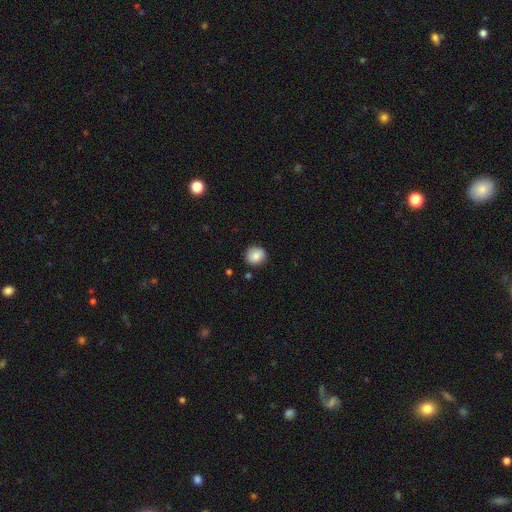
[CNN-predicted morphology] Smooth or featured? Predicted: smooth (p=0.86). How rounded? Predicted: round (p=0.88). Merging? Predicted: none (p=0.86).